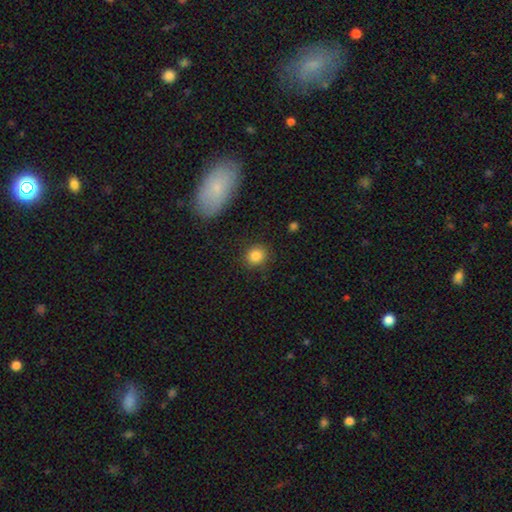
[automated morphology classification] smooth-or-featured: smooth: 85% | star or artifact: 10% | featured or disk: 5%
  how-rounded: round: 81% | in between: 18% | cigar-shaped: 1%
  merging: none: 86% | minor disturbance: 9% | major disturbance: 3% | merger: 2%